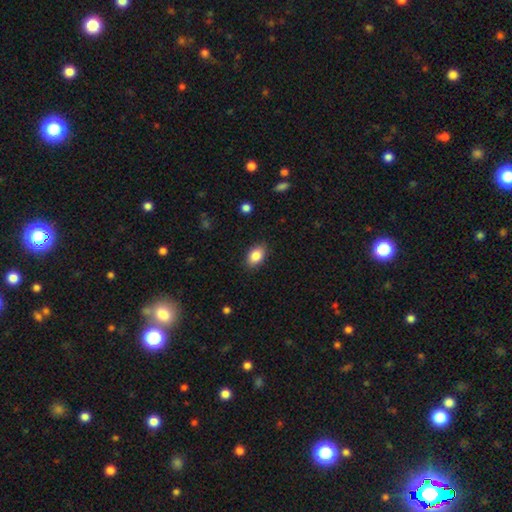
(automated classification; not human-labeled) Smooth or featured?
  - smooth: 86% *
  - star or artifact: 8%
  - featured or disk: 6%
How rounded?
  - in between: 87% *
  - round: 12%
  - cigar-shaped: 1%
Merging?
  - none: 86% *
  - minor disturbance: 10%
  - major disturbance: 2%
  - merger: 1%